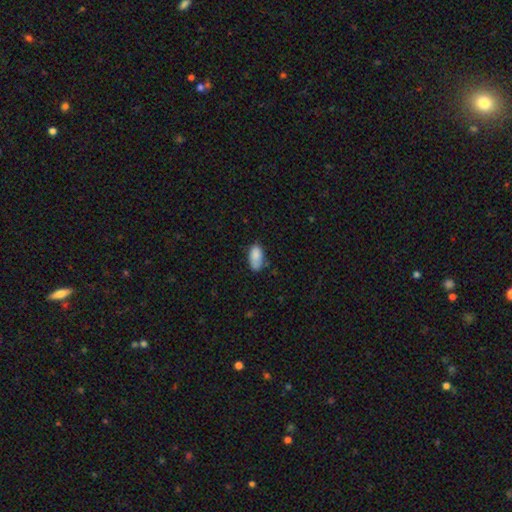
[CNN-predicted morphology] Overall: smooth (84%). How rounded: in between (92%). Merging: none (55%; minor disturbance 32%).